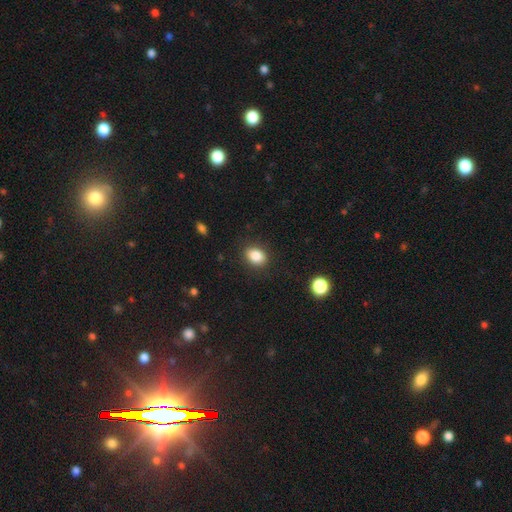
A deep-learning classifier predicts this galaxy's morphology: type=smooth (86%); roundness=in between (62%); merging=none (87%).